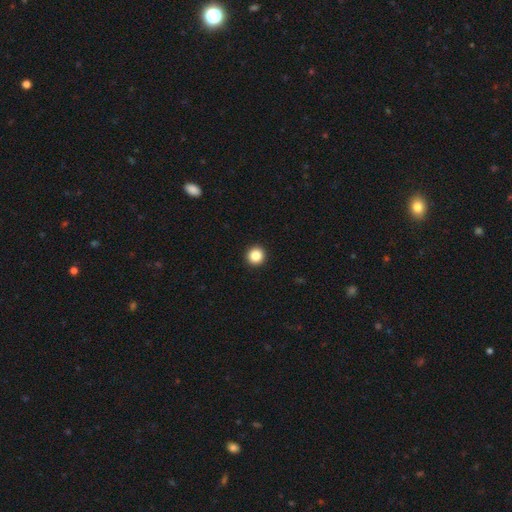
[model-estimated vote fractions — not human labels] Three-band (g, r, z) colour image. It shows a smooth galaxy with no disk features (86%) that is round (95%). Merging: none (94%).